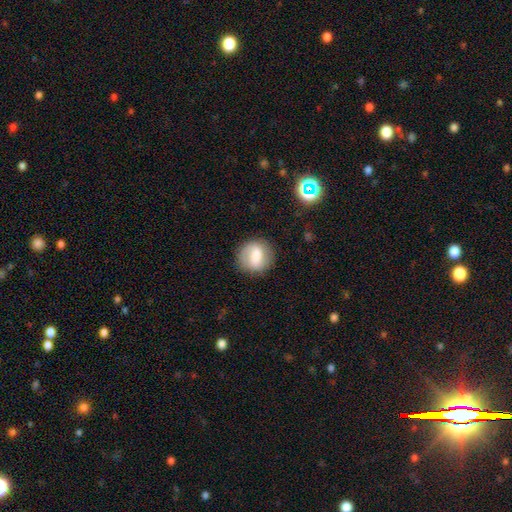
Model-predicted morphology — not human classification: type=smooth (66%); roundness=round (76%); merging=none (80%).